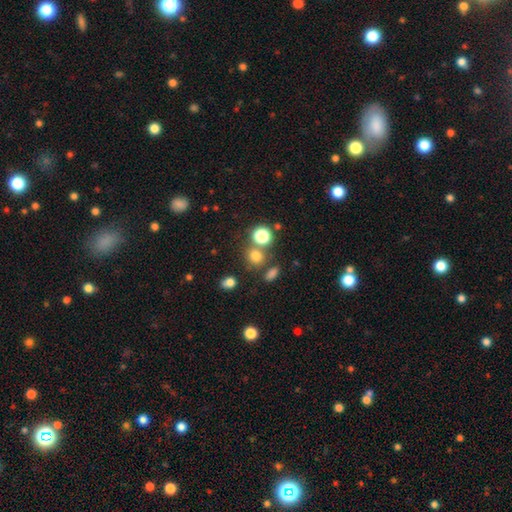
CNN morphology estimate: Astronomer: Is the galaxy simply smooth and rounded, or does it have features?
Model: smooth — 72%.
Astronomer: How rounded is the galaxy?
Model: round — 78%.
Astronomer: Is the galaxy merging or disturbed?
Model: none — 67%.